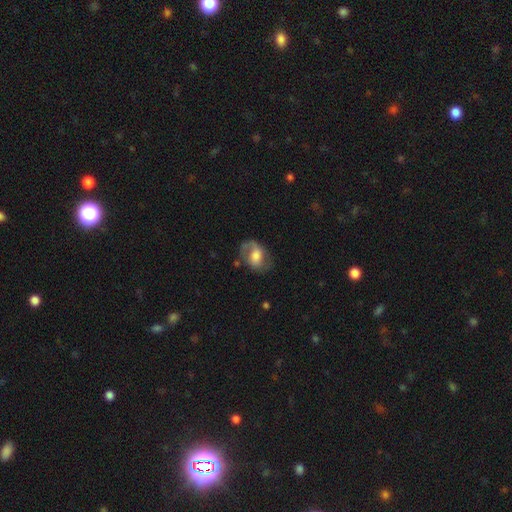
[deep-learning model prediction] This appears to be a featured or disk galaxy (58%) with no bar (48%), spiral arms (79%) and a large central bulge (39%). Merging: none (58%).